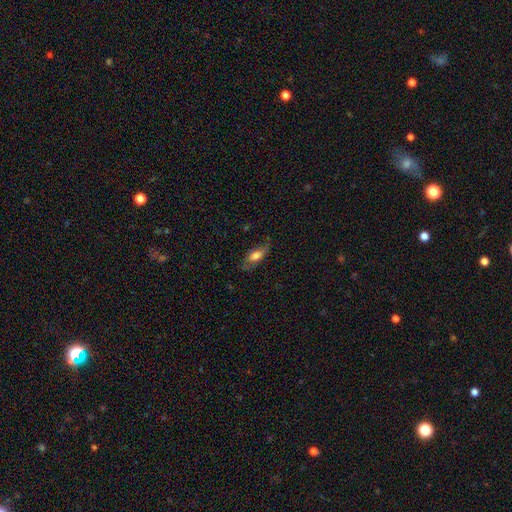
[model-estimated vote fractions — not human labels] A smooth galaxy with no disk features (60%) that is in between round and cigar-shaped (75%). Merging: none (61%).